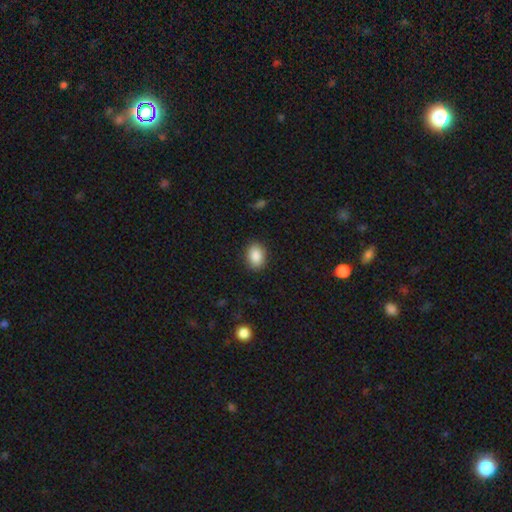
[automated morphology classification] smooth 88%, star or artifact 8%, featured or disk 4%. Down the decision tree: how rounded — in between (77%); merging — none (88%).